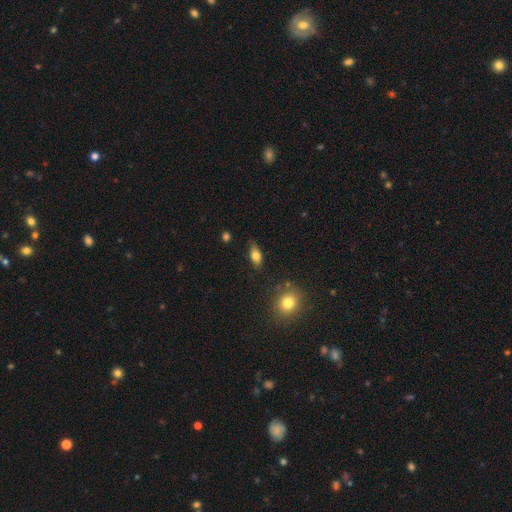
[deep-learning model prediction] Smooth or featured: smooth — 77% (featured or disk — 14%)
How rounded: in between — 82% (cigar-shaped — 11%)
Merging: none — 60% (minor disturbance — 29%)